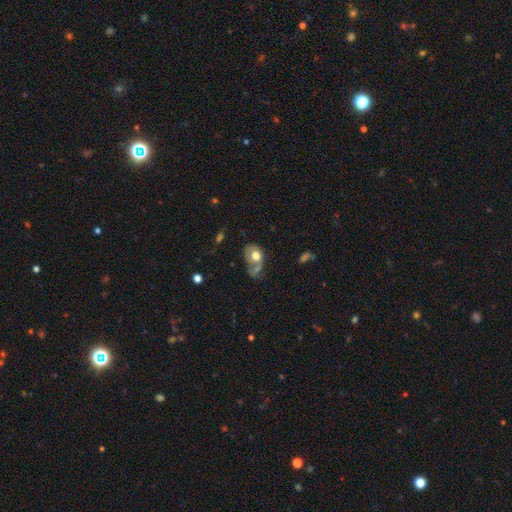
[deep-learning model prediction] This is possibly a smooth galaxy (55%). How rounded: likely in between (68%). Merging: marginally major disturbance (27%).